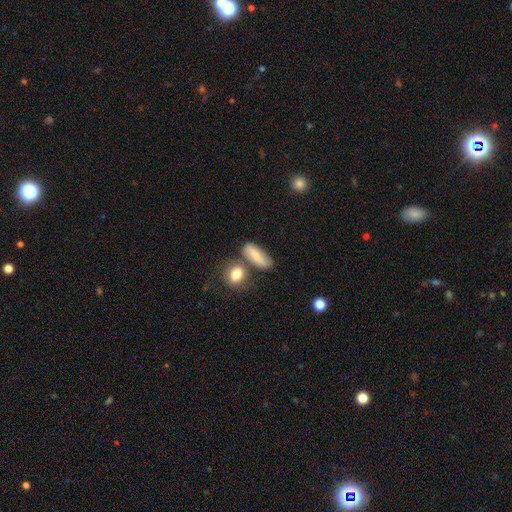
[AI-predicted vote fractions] smooth_or_featured: smooth (p=0.78) [alt: featured or disk p=0.14]
how_rounded: in between (p=0.67) [alt: cigar-shaped p=0.25]
merging: none (p=0.58) [alt: merger p=0.20]